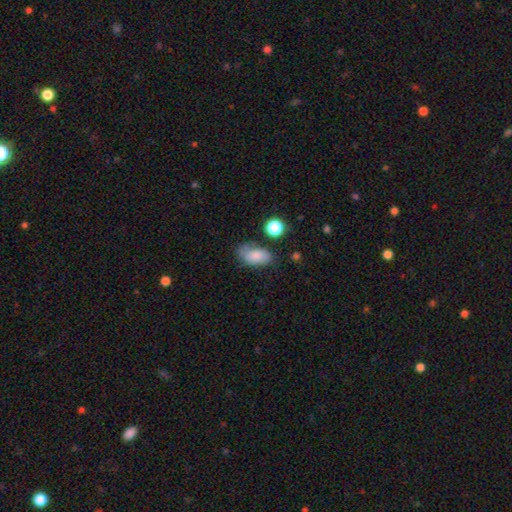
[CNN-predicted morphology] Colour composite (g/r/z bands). It shows a smooth galaxy with no disk features (78%) that is in between round and cigar-shaped (90%). Merging: none (57%).